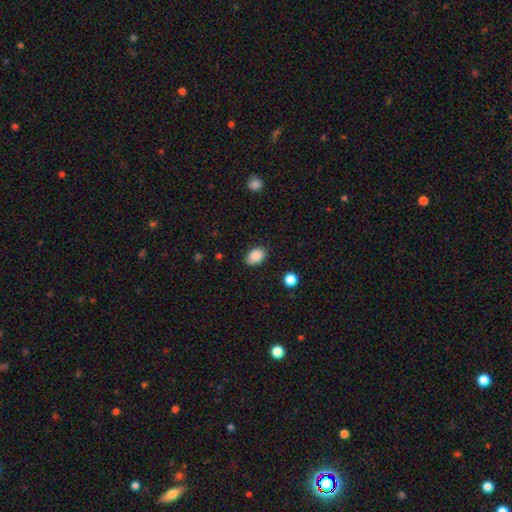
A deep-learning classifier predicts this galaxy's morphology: This is clearly a smooth galaxy (88%). How rounded: clearly in between (85%). Merging: clearly none (83%).